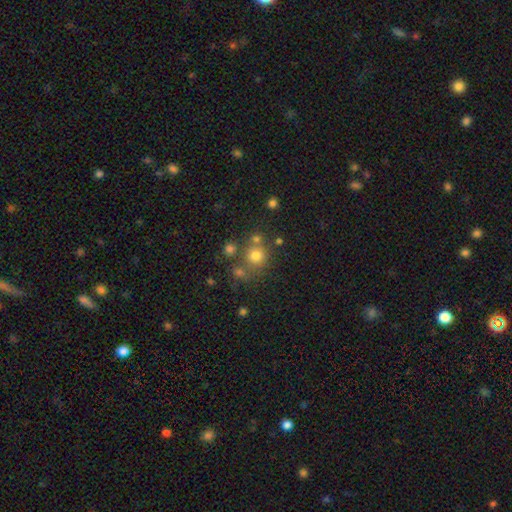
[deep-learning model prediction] Q: Smooth or featured?
A: smooth (73%); runner-up: star or artifact (18%)
Q: How rounded?
A: round (88%); runner-up: in between (11%)
Q: Merging?
A: none (68%); runner-up: merger (17%)